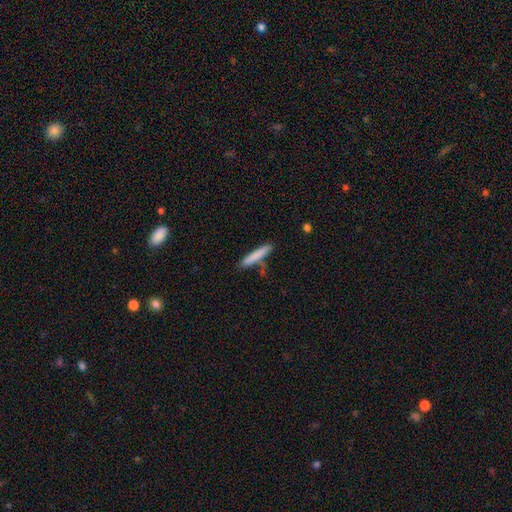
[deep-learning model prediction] Smooth or featured: smooth — 80% (featured or disk — 14%)
How rounded: cigar-shaped — 92% (in between — 7%)
Merging: none — 77% (minor disturbance — 14%)